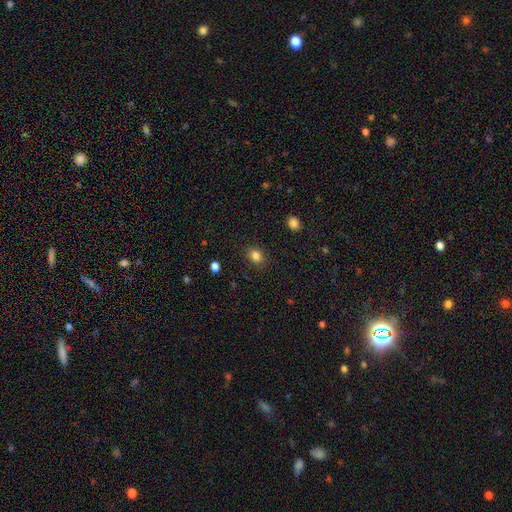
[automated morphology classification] A smooth galaxy with no disk features (83%) that is round (50%). Merging: none (86%).